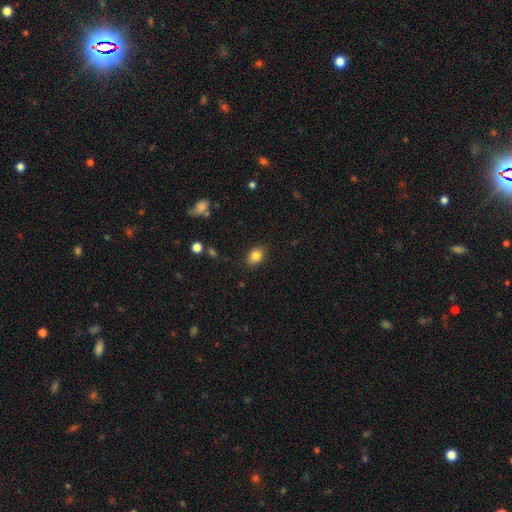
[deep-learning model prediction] smooth_or_featured: smooth (p=0.83) [alt: star or artifact p=0.10]
how_rounded: in between (p=0.68) [alt: round p=0.30]
merging: none (p=0.82) [alt: minor disturbance p=0.14]